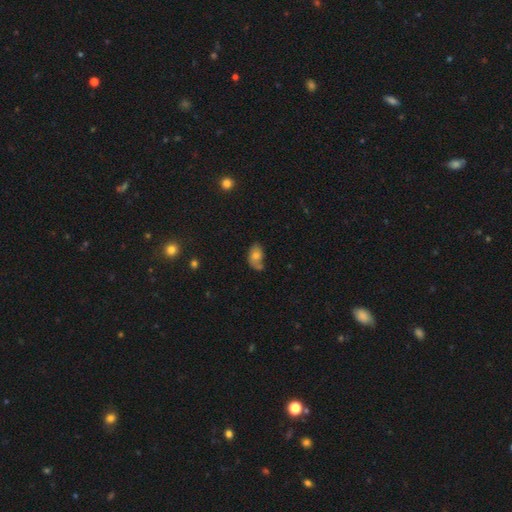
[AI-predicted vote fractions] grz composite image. It shows a smooth galaxy with no disk features (66%) that is in between round and cigar-shaped (85%). Merging: none (43%).